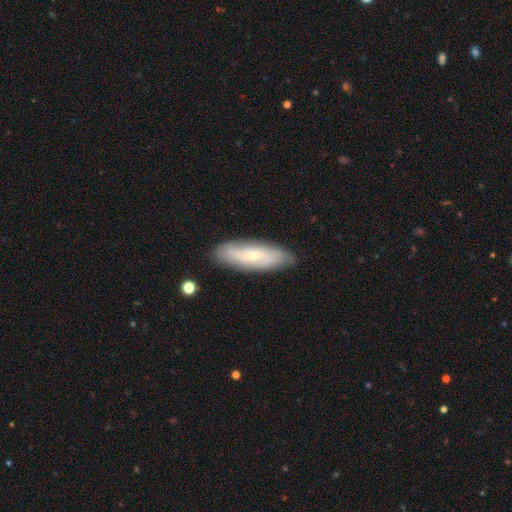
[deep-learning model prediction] Morphology: type=featured or disk (49%); merging=none (86%).